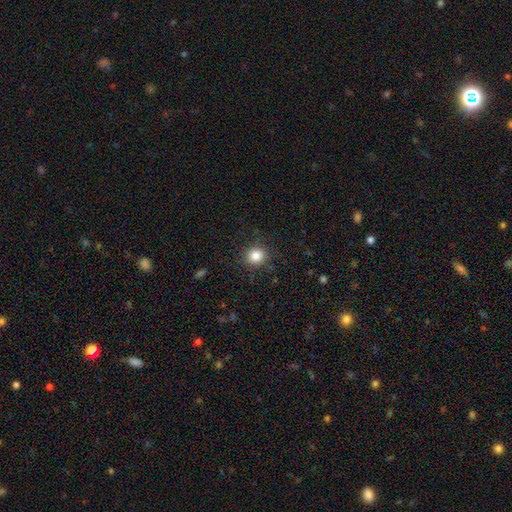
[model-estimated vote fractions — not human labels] The model was most divided on "smooth or featured": smooth: 84%, star or artifact: 11%, featured or disk: 5%. More confident: merging — none (87%); how rounded — round (87%).